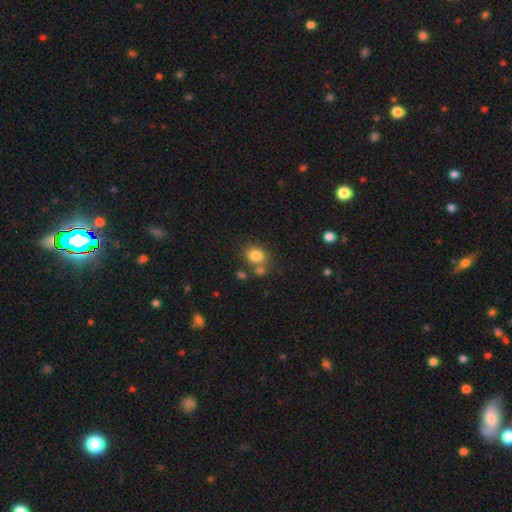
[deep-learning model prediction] This is clearly a smooth galaxy (81%). How rounded: possibly round (59%). Merging: likely none (63%).